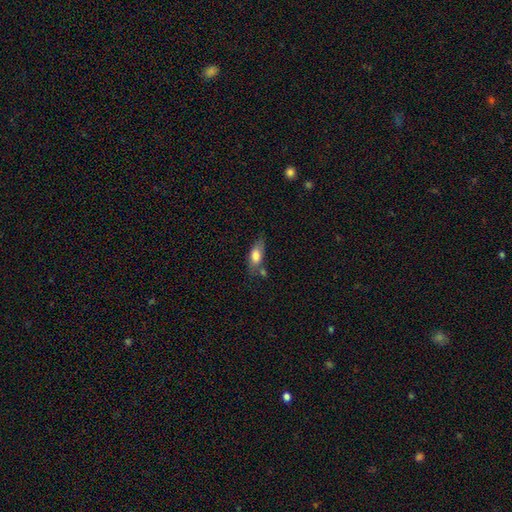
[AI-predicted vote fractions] This appears to be a smooth galaxy with no disk features (72%) that is in between round and cigar-shaped (76%). Merging: none (58%).